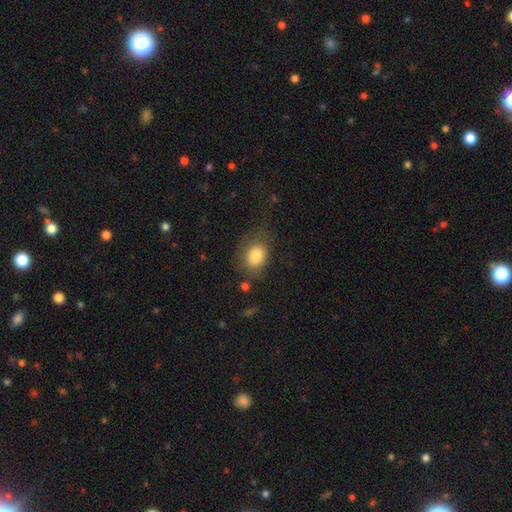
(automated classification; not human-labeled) smooth 82%, featured or disk 9%, star or artifact 9%. Down the decision tree: how rounded — in between (57%); merging — none (56%).